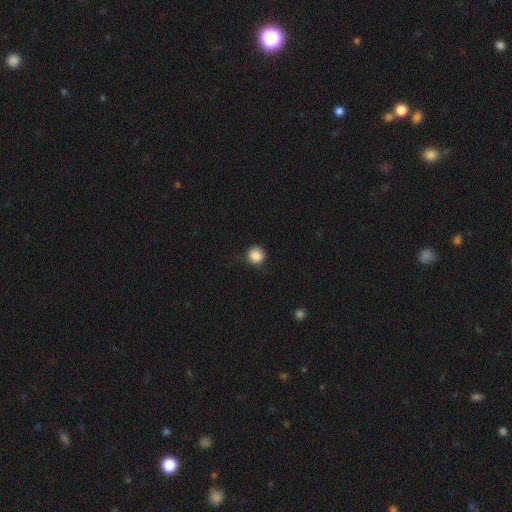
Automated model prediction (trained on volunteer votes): The model was most divided on "merging": none: 82%, minor disturbance: 14%, major disturbance: 3%, merger: 1%. More confident: how rounded — round (92%); smooth or featured — smooth (87%).